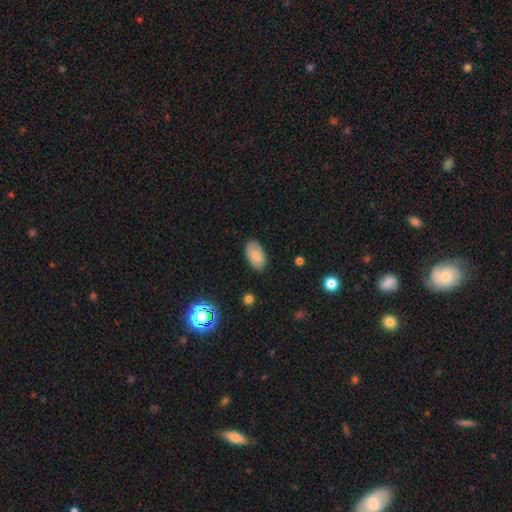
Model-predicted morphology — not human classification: A smooth galaxy with no disk features (82%) that is in between round and cigar-shaped (94%).

Vote fractions:
- Smooth or featured? smooth: 82% / featured or disk: 10% / star or artifact: 8%
- How rounded? in between: 94% / round: 5% / cigar-shaped: 1%
- Merging? none: 84% / minor disturbance: 13% / major disturbance: 3% / merger: 1%